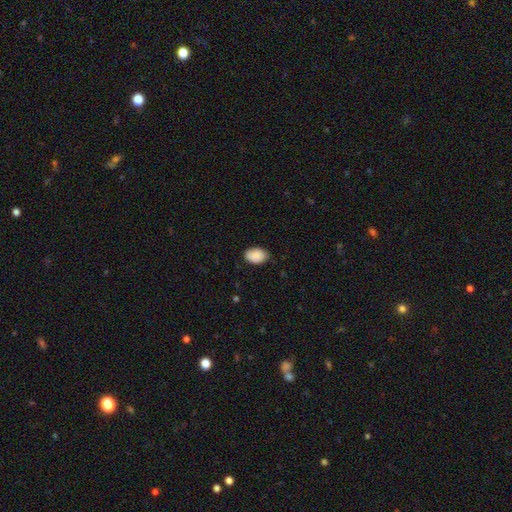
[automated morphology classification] Smooth or featured? Predicted: smooth (p=0.89). How rounded? Predicted: in between (p=0.84). Merging? Predicted: none (p=0.81).